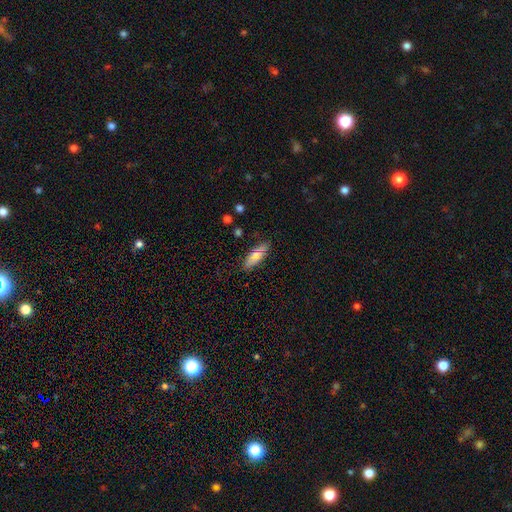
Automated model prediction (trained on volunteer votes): Morphology: type=smooth (67%); roundness=in between (58%); merging=none (84%).